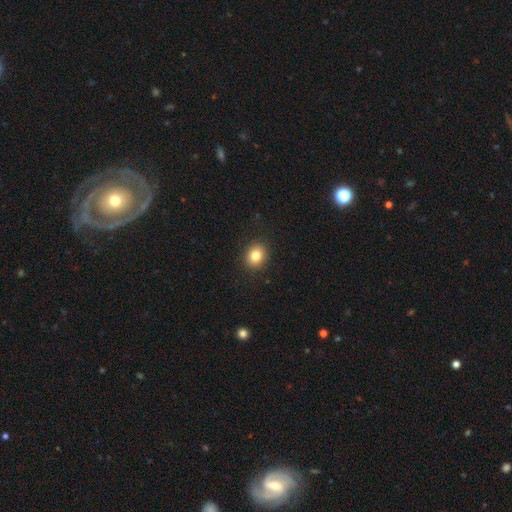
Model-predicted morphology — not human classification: Smooth or featured? Predicted: smooth (p=0.82). How rounded? Predicted: round (p=0.66). Merging? Predicted: none (p=0.90).